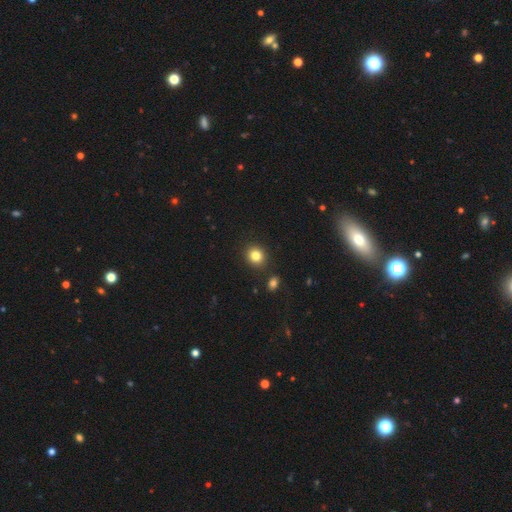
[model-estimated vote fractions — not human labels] This appears to be a smooth galaxy with no disk features (83%) that is round (77%). Merging: none (88%).